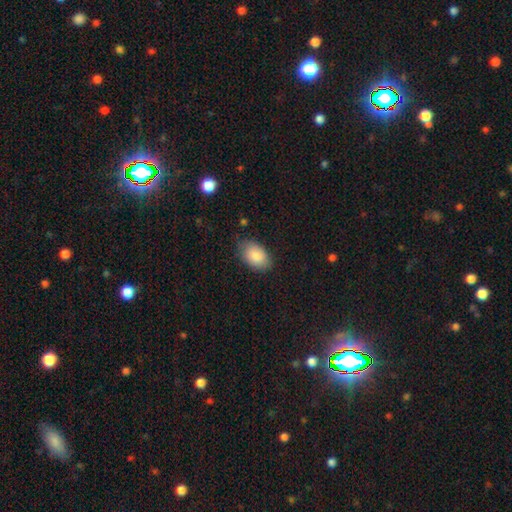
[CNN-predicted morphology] smooth-or-featured: smooth: 87% | star or artifact: 7% | featured or disk: 6%
  how-rounded: in between: 89% | round: 10% | cigar-shaped: 1%
  merging: none: 75% | minor disturbance: 20% | major disturbance: 4% | merger: 1%